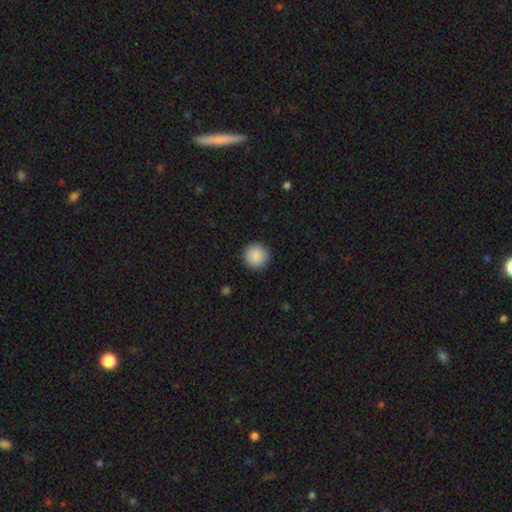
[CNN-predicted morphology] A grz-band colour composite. It shows a smooth galaxy with no disk features (90%) that is round (96%). Merging: none (92%).